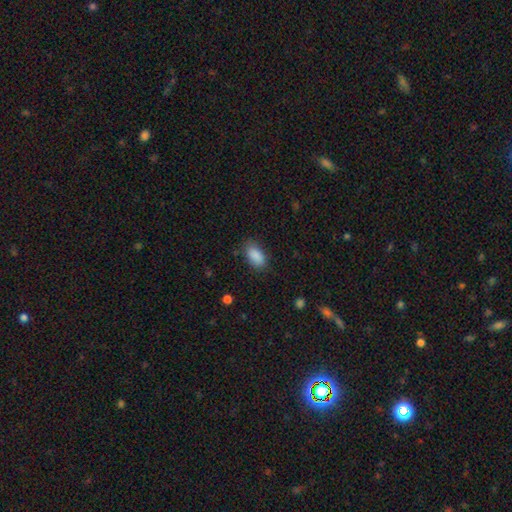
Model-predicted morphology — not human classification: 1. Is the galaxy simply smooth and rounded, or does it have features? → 89% smooth, 8% star or artifact, 4% featured or disk.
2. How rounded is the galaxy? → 92% in between, 5% round, 2% cigar-shaped.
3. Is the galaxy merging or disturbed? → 78% none, 16% minor disturbance, 4% major disturbance, 1% merger.